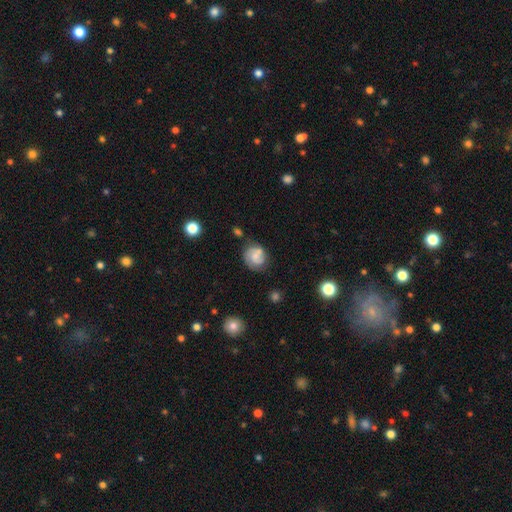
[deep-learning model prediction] smooth_or_featured: featured or disk (p=0.51) [alt: smooth p=0.41]
disk_edge_on: no (p=0.98) [alt: yes p=0.02]
merging: none (p=0.63) [alt: minor disturbance p=0.22]